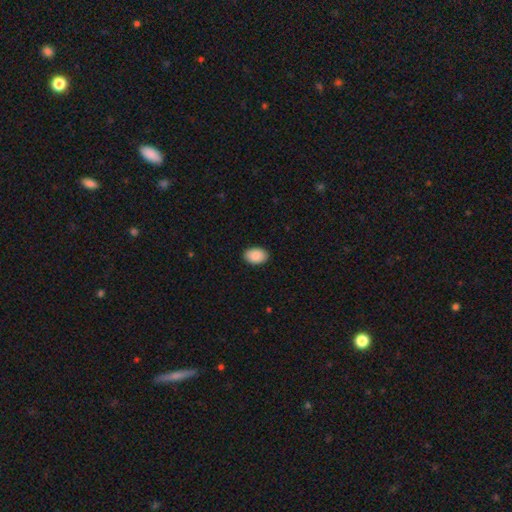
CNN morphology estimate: Q: Smooth or featured?
A: smooth (90%); runner-up: star or artifact (6%)
Q: How rounded?
A: in between (87%); runner-up: round (12%)
Q: Merging?
A: none (90%); runner-up: minor disturbance (7%)